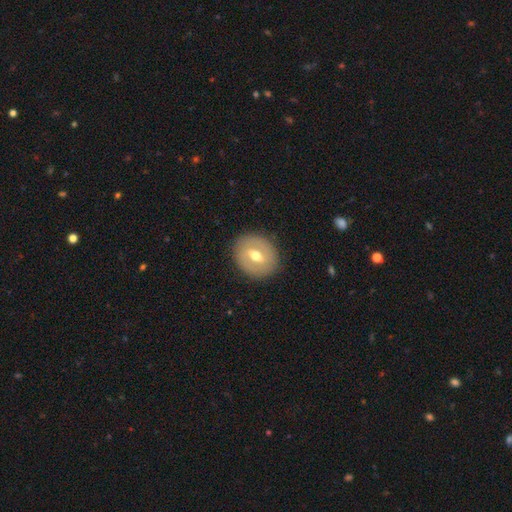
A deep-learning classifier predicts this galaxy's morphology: A featured or disk galaxy (47%).

Vote fractions:
- Smooth or featured? featured or disk: 47% / smooth: 46% / star or artifact: 7%
- Merging? none: 86% / minor disturbance: 9% / major disturbance: 4% / merger: 1%